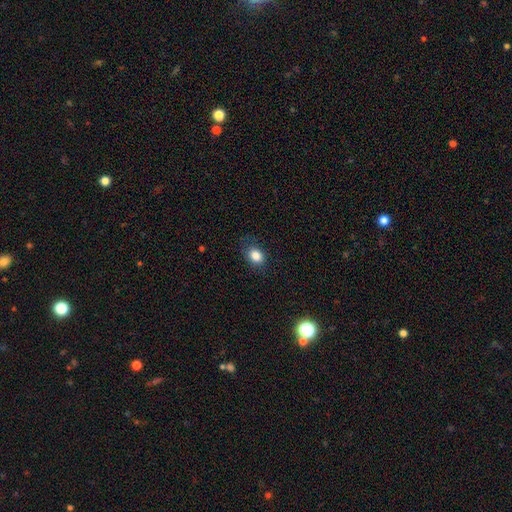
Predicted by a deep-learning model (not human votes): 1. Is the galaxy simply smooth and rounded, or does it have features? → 84% smooth, 10% star or artifact, 6% featured or disk.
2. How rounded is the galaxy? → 60% in between, 39% round, 1% cigar-shaped.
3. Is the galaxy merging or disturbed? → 78% none, 16% minor disturbance, 5% major disturbance, 1% merger.